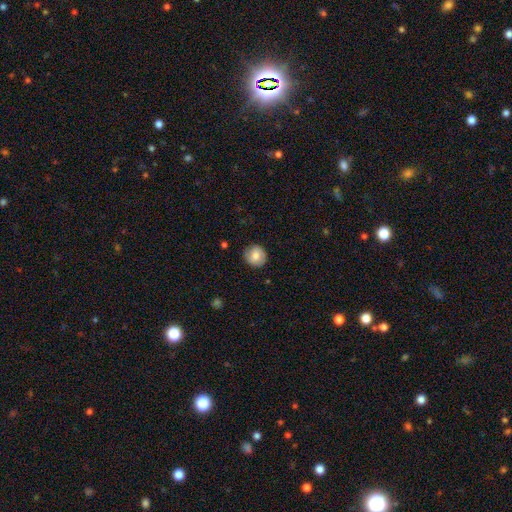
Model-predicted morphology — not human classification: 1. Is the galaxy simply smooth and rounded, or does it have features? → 69% smooth, 23% featured or disk, 8% star or artifact.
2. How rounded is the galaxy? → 88% round, 12% in between, 1% cigar-shaped.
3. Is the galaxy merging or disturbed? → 85% none, 11% minor disturbance, 3% major disturbance, 1% merger.